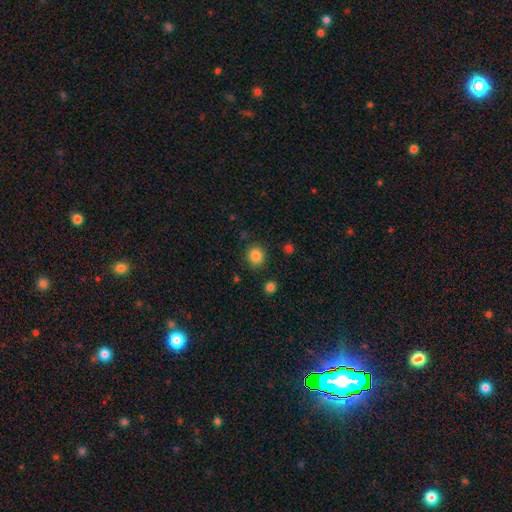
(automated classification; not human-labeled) Smooth or featured? smooth (86%)
How rounded? round (87%)
Merging? none (86%)